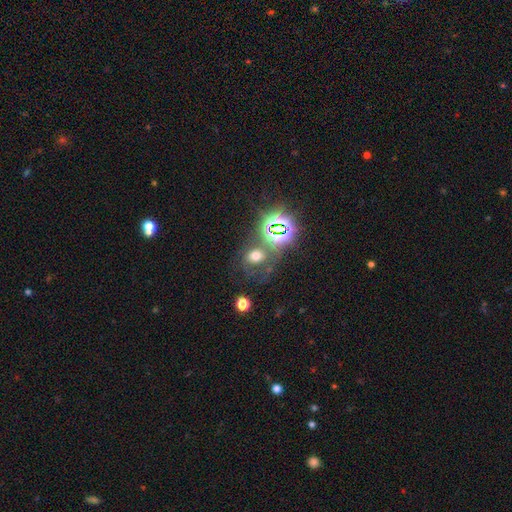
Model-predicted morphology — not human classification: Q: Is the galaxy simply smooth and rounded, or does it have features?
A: smooth — 50%.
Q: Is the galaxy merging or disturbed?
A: none — 55%.